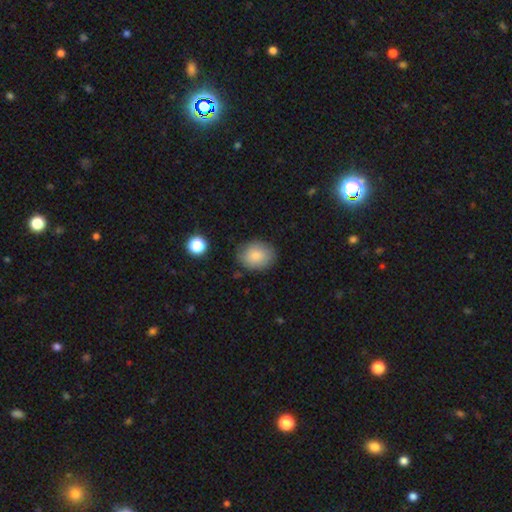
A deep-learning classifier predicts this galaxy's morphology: A smooth galaxy with no disk features (83%) that is round (51%). Merging: none (80%).